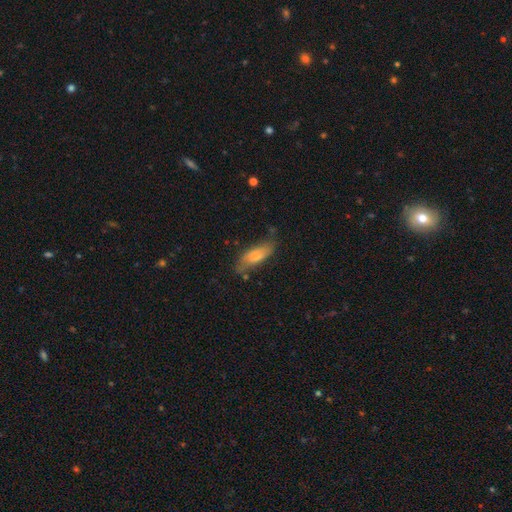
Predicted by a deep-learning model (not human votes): smooth-or-featured: smooth: 70% | featured or disk: 24% | star or artifact: 6%
  how-rounded: in between: 66% | cigar-shaped: 32% | round: 2%
  merging: none: 58% | minor disturbance: 28% | major disturbance: 10% | merger: 4%